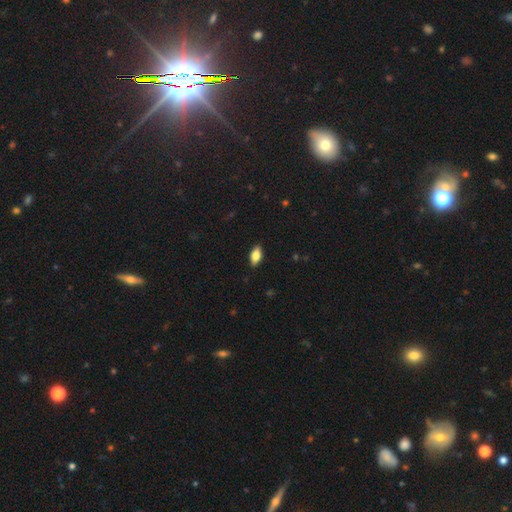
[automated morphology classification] A smooth galaxy with no disk features (77%) that is in between round and cigar-shaped (89%).

Vote fractions:
- Smooth or featured? smooth: 77% / featured or disk: 16% / star or artifact: 7%
- How rounded? in between: 89% / cigar-shaped: 8% / round: 4%
- Merging? none: 88% / minor disturbance: 9% / major disturbance: 2% / merger: 1%